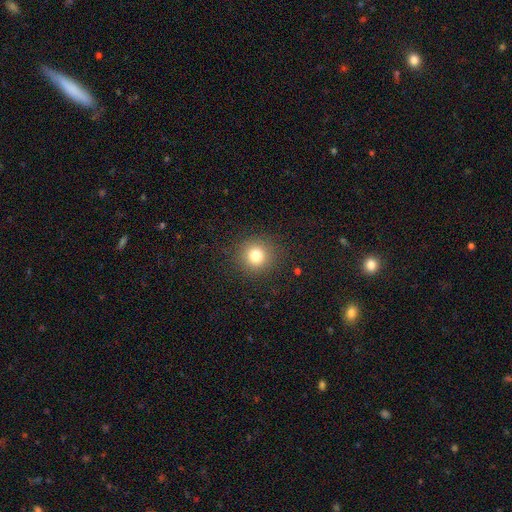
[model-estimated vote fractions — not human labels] Smooth or featured: smooth — 79% (star or artifact — 14%)
How rounded: round — 93% (in between — 6%)
Merging: none — 89% (minor disturbance — 7%)